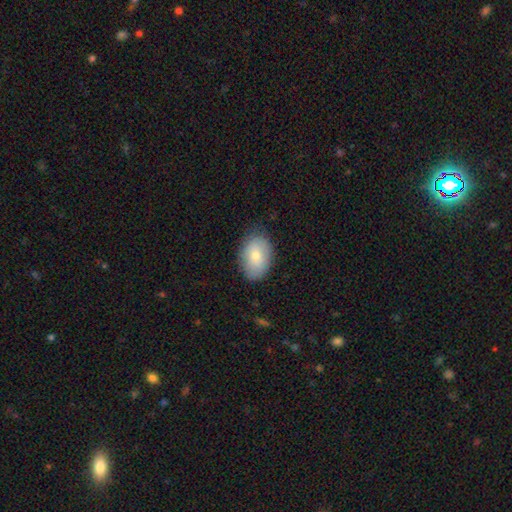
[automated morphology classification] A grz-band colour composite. It shows a smooth galaxy with no disk features (73%) that is in between round and cigar-shaped (87%). Merging: none (81%).